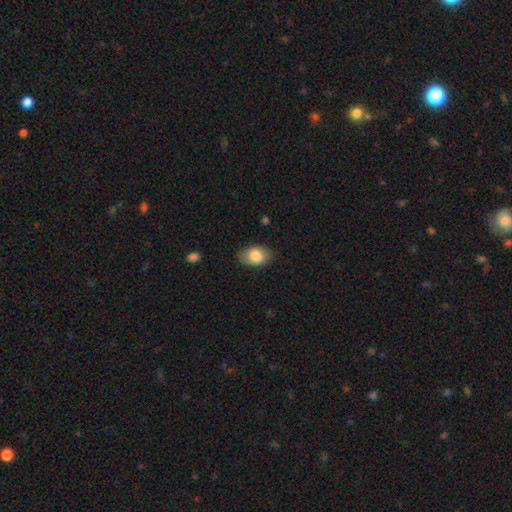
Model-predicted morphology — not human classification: A smooth galaxy with no disk features (81%) that is in between round and cigar-shaped (86%). Merging: none (81%).